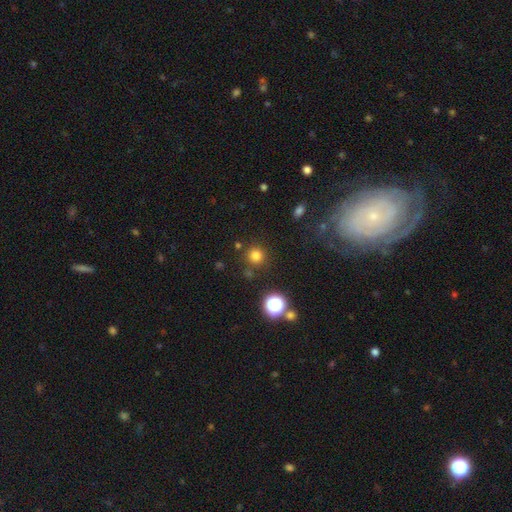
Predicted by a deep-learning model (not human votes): This appears to be a smooth galaxy with no disk features (78%) that is round (94%). Merging: none (85%).